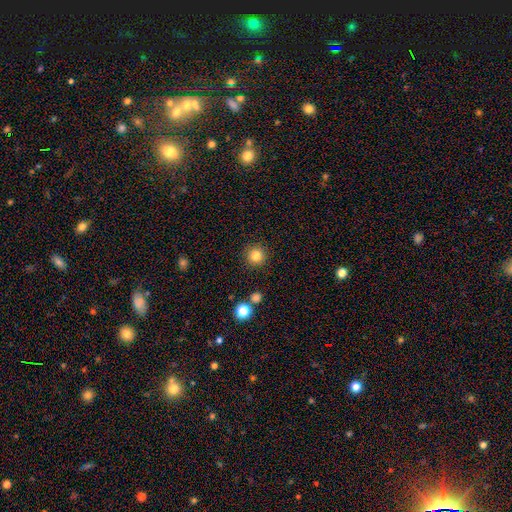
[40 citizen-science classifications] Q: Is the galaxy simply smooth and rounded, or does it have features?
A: smooth — 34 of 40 (85%).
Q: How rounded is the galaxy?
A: round — 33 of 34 (97%).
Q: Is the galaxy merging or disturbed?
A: none — 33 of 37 (89%).